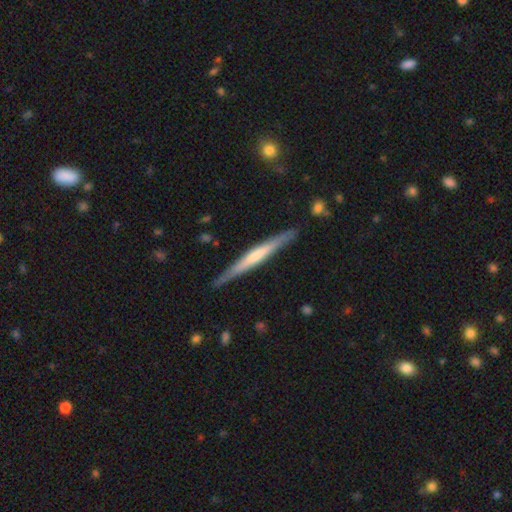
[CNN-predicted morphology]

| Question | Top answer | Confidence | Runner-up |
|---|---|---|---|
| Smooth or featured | featured or disk | 60% | smooth (35%) |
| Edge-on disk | yes | 97% | no (3%) |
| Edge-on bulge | none | 47% | rounded (34%) |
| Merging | none | 87% | minor disturbance (9%) |